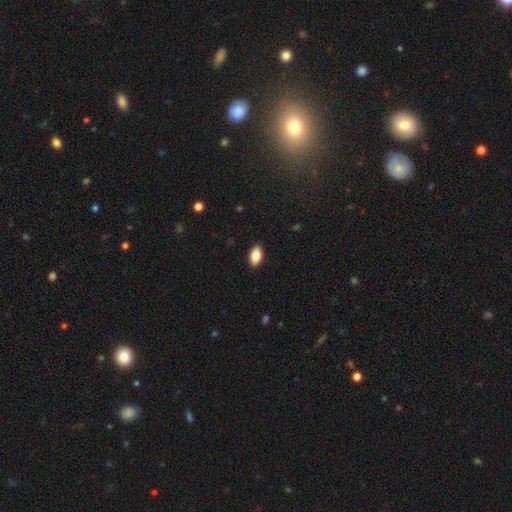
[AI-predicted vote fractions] This is clearly a smooth galaxy (83%). How rounded: clearly in between (93%). Merging: clearly none (90%).